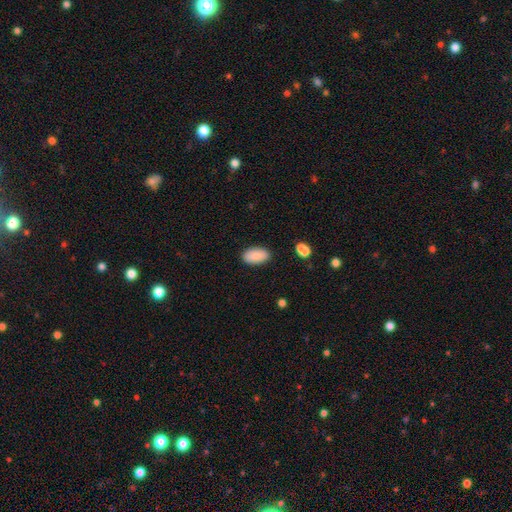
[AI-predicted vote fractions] Q: Smooth or featured?
A: smooth (88%); runner-up: star or artifact (7%)
Q: How rounded?
A: in between (95%); runner-up: round (3%)
Q: Merging?
A: none (87%); runner-up: minor disturbance (9%)